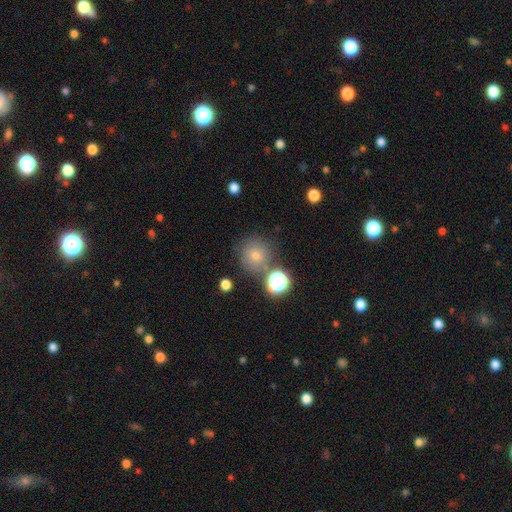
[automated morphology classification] smooth 55%, star or artifact 31%, featured or disk 13%. Down the decision tree: how rounded — round (93%); merging — none (78%).